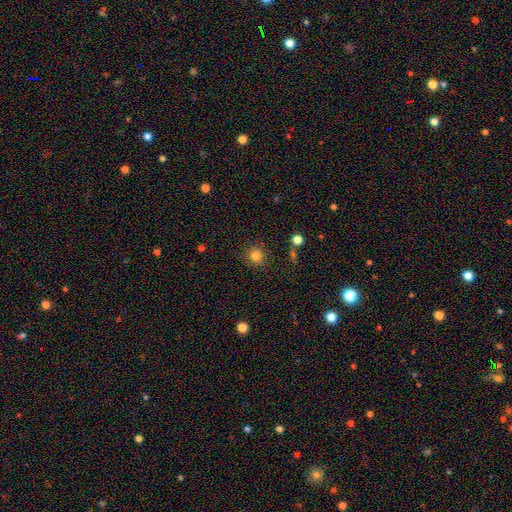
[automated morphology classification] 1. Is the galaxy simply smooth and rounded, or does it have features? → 81% smooth, 13% star or artifact, 6% featured or disk.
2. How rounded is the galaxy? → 93% round, 6% in between, 1% cigar-shaped.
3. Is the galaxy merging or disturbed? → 89% none, 7% minor disturbance, 2% major disturbance, 2% merger.